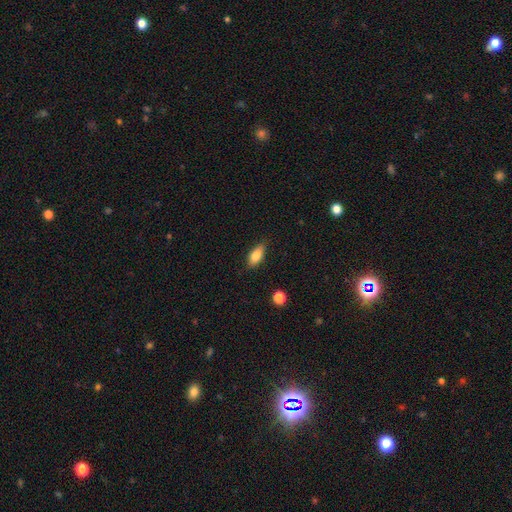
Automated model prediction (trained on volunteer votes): smooth 82%, featured or disk 11%, star or artifact 8%. Down the decision tree: how rounded — in between (81%); merging — none (78%).